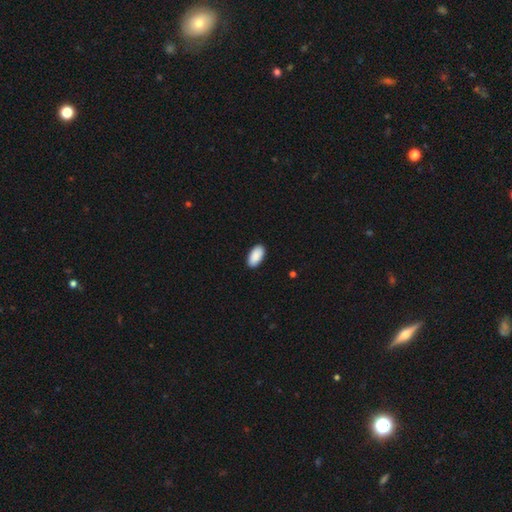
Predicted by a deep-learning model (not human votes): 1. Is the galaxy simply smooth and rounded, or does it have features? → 91% smooth, 6% star or artifact, 3% featured or disk.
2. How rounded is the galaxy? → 95% in between, 3% cigar-shaped, 2% round.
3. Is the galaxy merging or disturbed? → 90% none, 8% minor disturbance, 2% major disturbance, 1% merger.